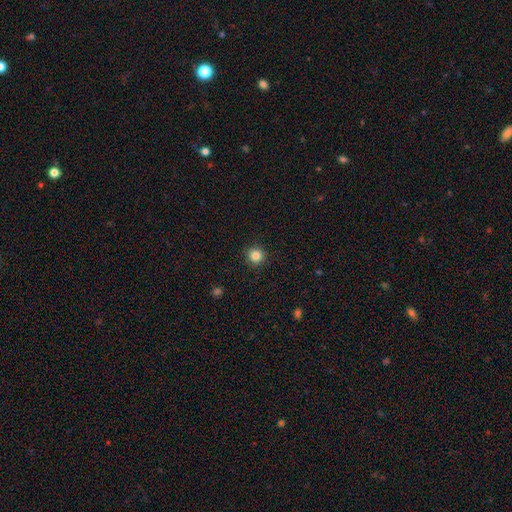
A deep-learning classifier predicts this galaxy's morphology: Smooth or featured: smooth — 84% (star or artifact — 11%)
How rounded: round — 94% (in between — 5%)
Merging: none — 92% (minor disturbance — 6%)